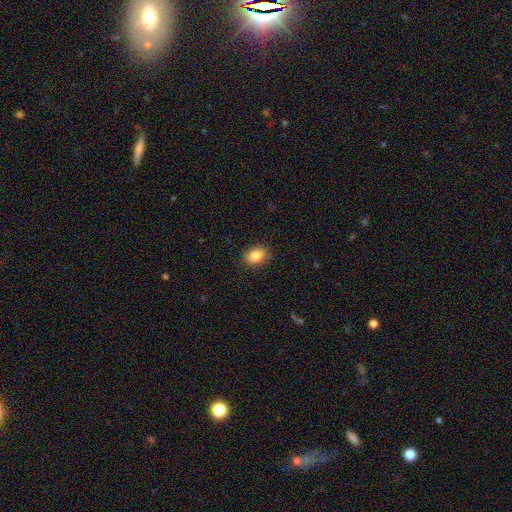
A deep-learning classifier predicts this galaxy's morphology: Smooth or featured: smooth — 84% (star or artifact — 8%)
How rounded: in between — 84% (round — 14%)
Merging: none — 88% (minor disturbance — 9%)